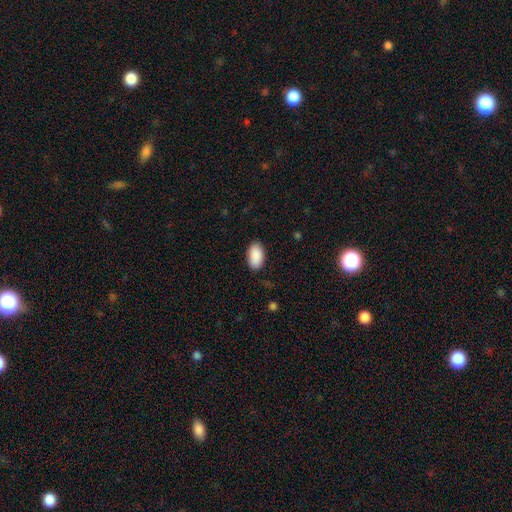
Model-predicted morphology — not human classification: Overall: smooth (91%). How rounded: in between (94%). Merging: none (87%).